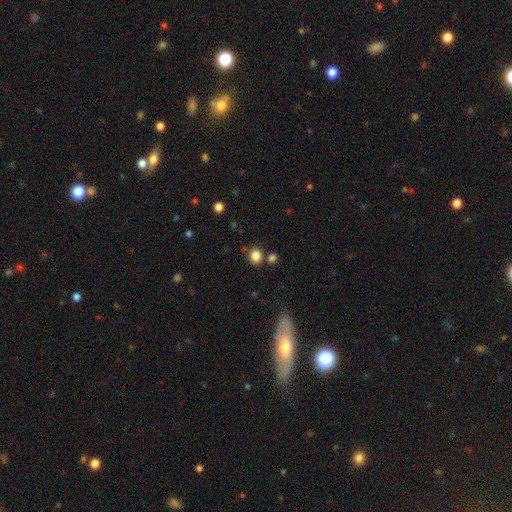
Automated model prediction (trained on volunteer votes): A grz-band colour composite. It shows a smooth galaxy with no disk features (84%) that is round (62%). Merging: none (74%).